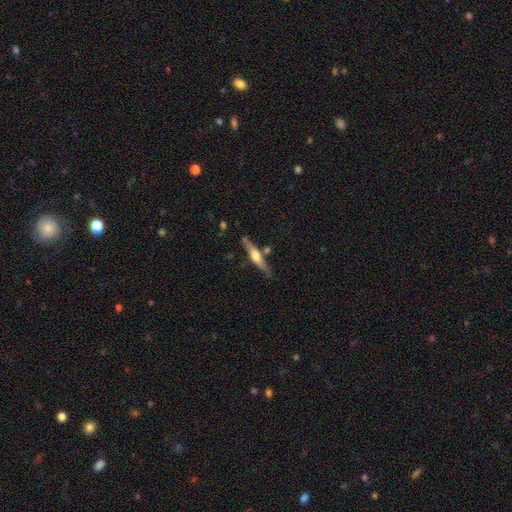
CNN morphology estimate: Smooth or featured: featured or disk — 63% (smooth — 32%)
Edge-on disk: yes — 94% (no — 6%)
Edge-on bulge: rounded — 88% (boxy — 7%)
Merging: none — 75% (minor disturbance — 14%)